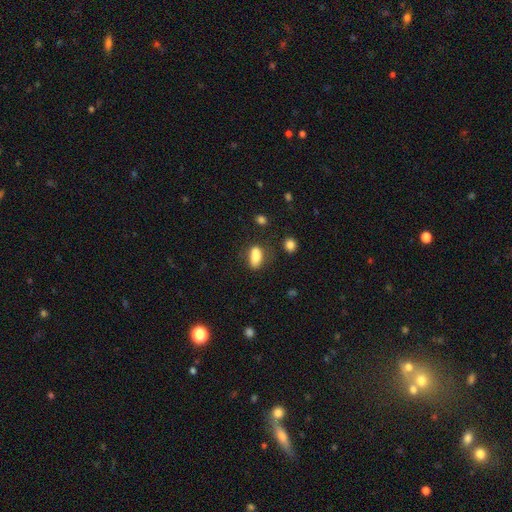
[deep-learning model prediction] This appears to be a smooth galaxy with no disk features (80%) that is in between round and cigar-shaped (85%). Merging: none (50%).